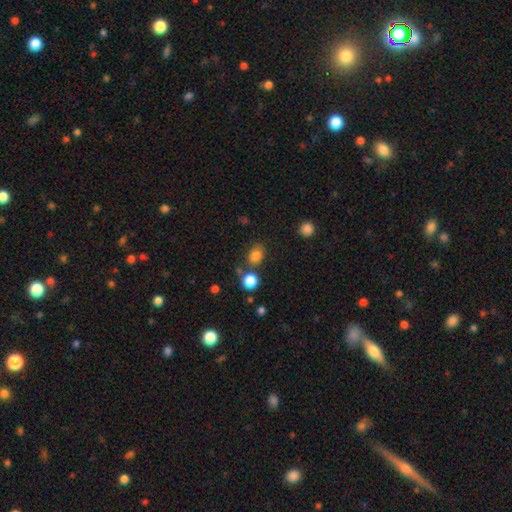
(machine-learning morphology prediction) Smooth or featured? smooth (82%)
How rounded? in between (52%)
Merging? none (73%)